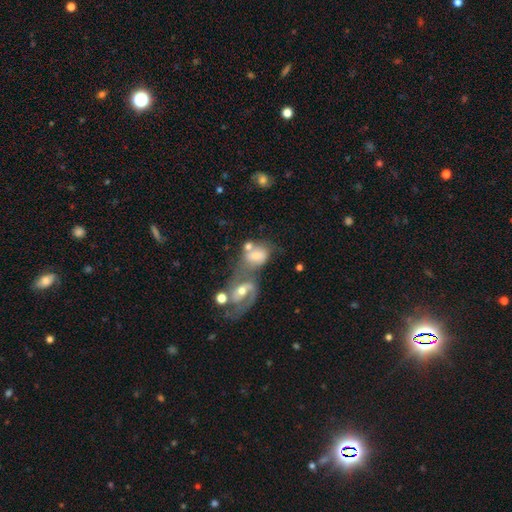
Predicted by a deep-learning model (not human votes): Q: Smooth or featured?
A: featured or disk (58%); runner-up: smooth (32%)
Q: Edge-on disk?
A: no (95%); runner-up: yes (5%)
Q: Bar?
A: no (45%); runner-up: weak (38%)
Q: Spiral arms?
A: yes (76%); runner-up: no (24%)
Q: Bulge size?
A: moderate (58%); runner-up: small (31%)
Q: Merging?
A: merger (61%); runner-up: none (19%)